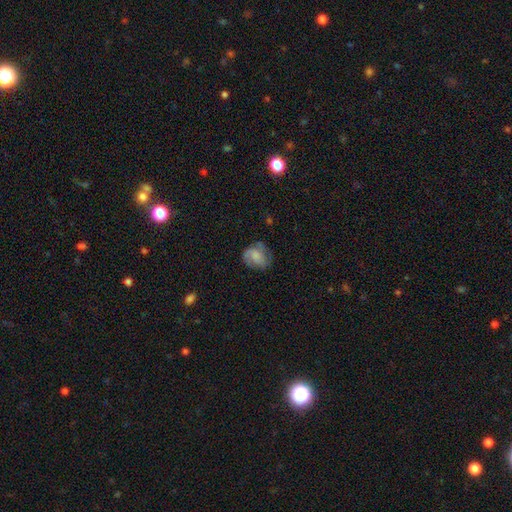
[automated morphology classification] Smooth or featured? smooth (52%)
How rounded? round (58%)
Merging? none (62%)